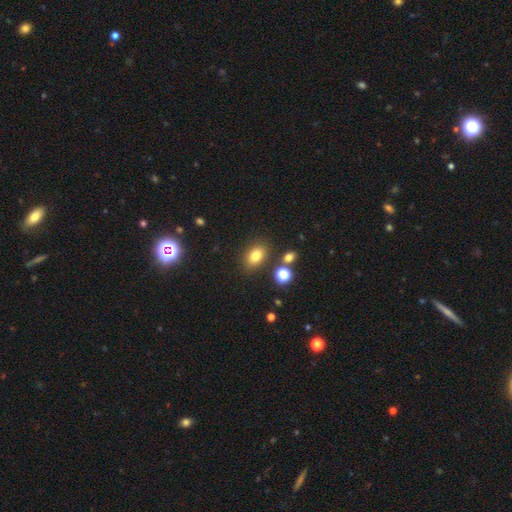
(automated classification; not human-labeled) Overall: smooth (79%). How rounded: in between (75%). Merging: none (80%).